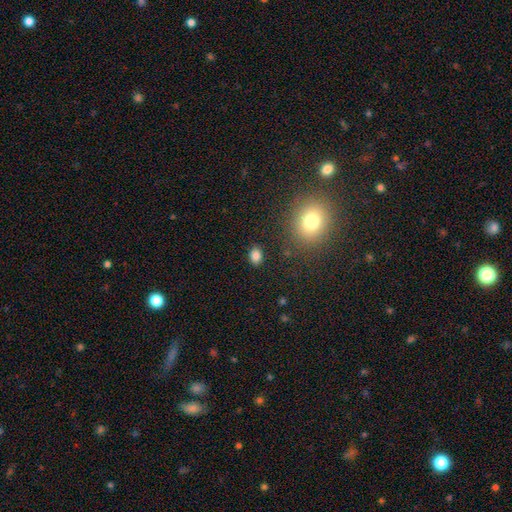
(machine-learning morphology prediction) Smooth or featured? Predicted: smooth (p=0.83). How rounded? Predicted: in between (p=0.70). Merging? Predicted: none (p=0.86).